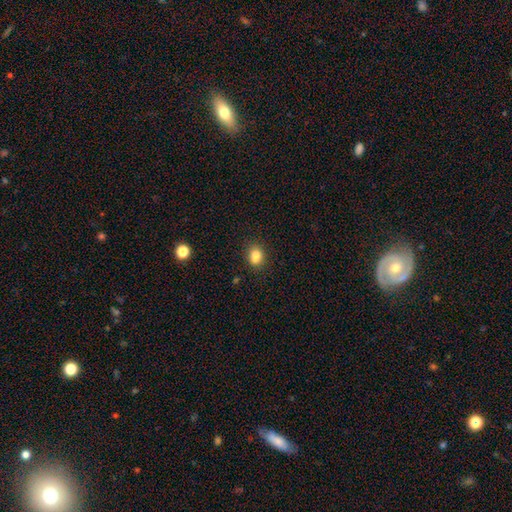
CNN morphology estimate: Smooth or featured? smooth (80%)
How rounded? round (54%)
Merging? none (72%)